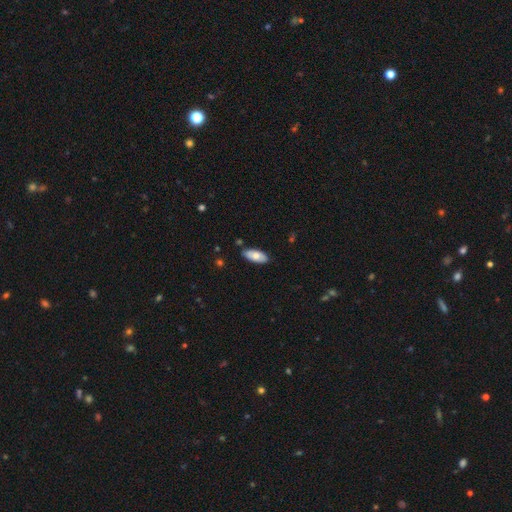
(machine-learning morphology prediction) Smooth or featured? Predicted: smooth (p=0.70). How rounded? Predicted: in between (p=0.89). Merging? Predicted: none (p=0.84).